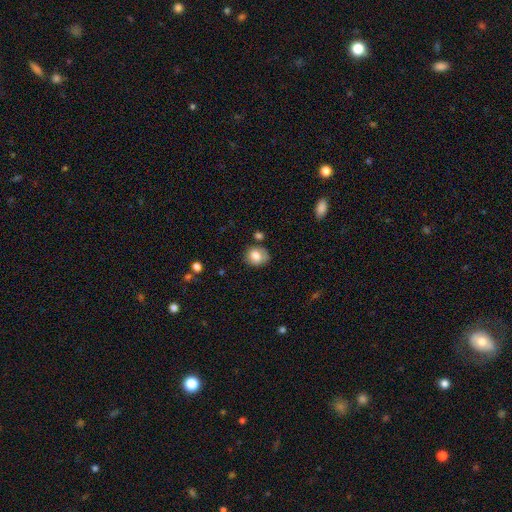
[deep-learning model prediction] Smooth or featured? Predicted: smooth (p=0.80). How rounded? Predicted: round (p=0.65). Merging? Predicted: none (p=0.71).